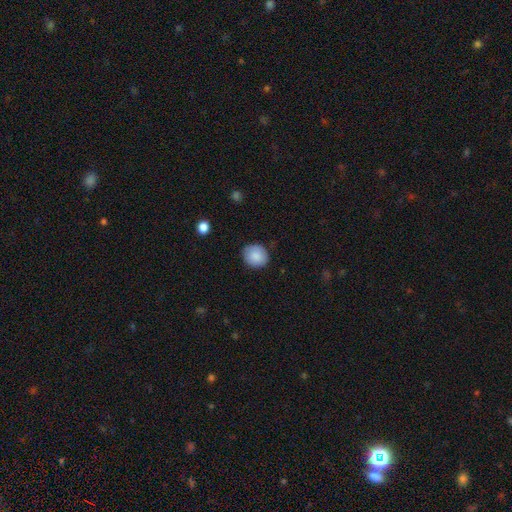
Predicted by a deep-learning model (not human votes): smooth 87%, star or artifact 7%, featured or disk 6%. Down the decision tree: how rounded — round (79%); merging — none (83%).